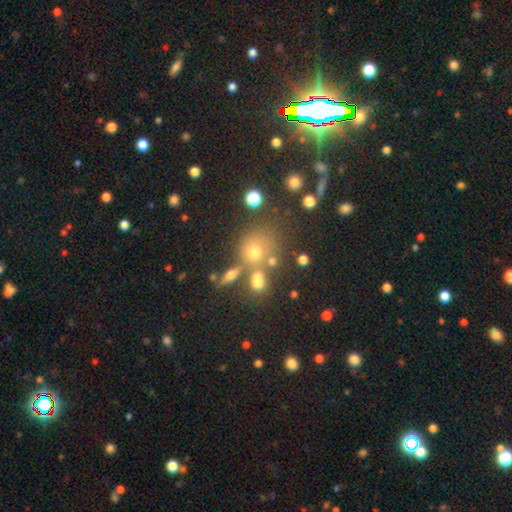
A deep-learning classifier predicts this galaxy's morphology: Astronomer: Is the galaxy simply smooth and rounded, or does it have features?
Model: star or artifact — 45% (runner-up: smooth, 43%).